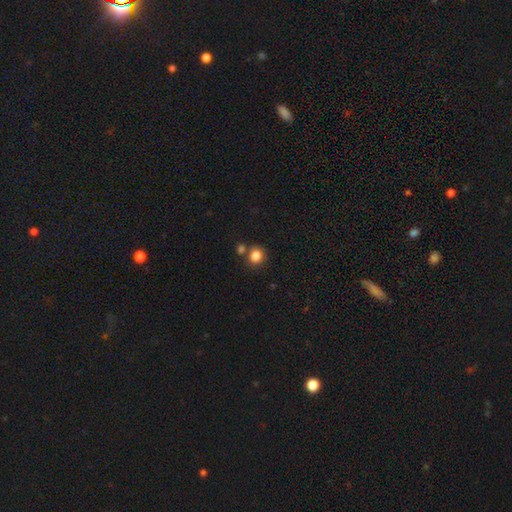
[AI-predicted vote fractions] smooth 84%, star or artifact 11%, featured or disk 5%. Down the decision tree: how rounded — round (81%); merging — none (70%).